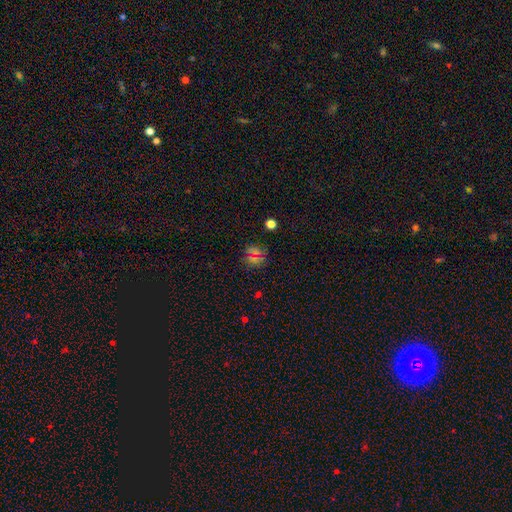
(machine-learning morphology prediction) Smooth or featured? smooth (45%)
Merging? none (76%)